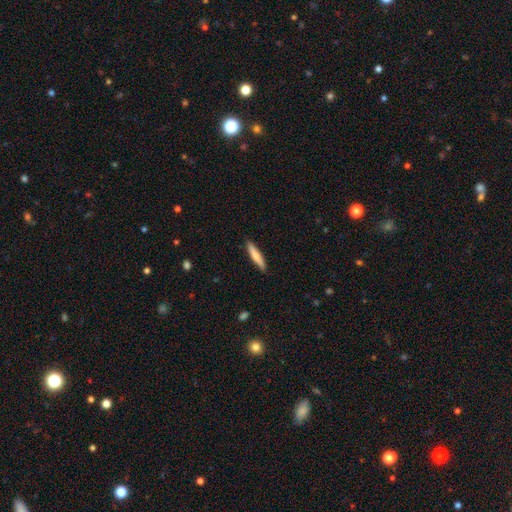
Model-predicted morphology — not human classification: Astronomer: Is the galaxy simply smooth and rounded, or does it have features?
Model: smooth — 72%.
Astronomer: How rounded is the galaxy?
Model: cigar-shaped — 88%.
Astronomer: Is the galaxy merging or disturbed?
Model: none — 87%.